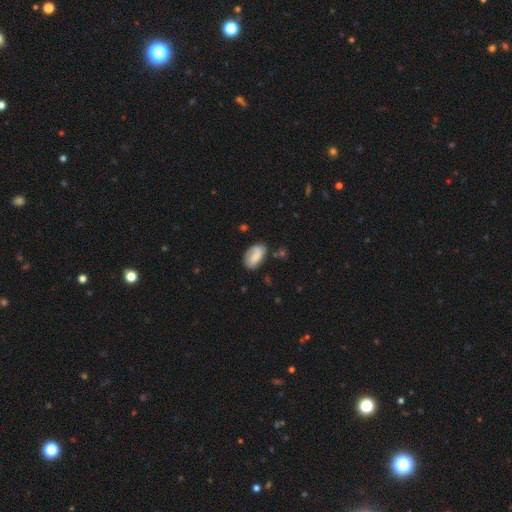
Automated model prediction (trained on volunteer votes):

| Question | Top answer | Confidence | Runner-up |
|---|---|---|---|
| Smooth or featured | smooth | 68% | featured or disk (25%) |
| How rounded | in between | 91% | round (7%) |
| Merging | none | 64% | minor disturbance (24%) |